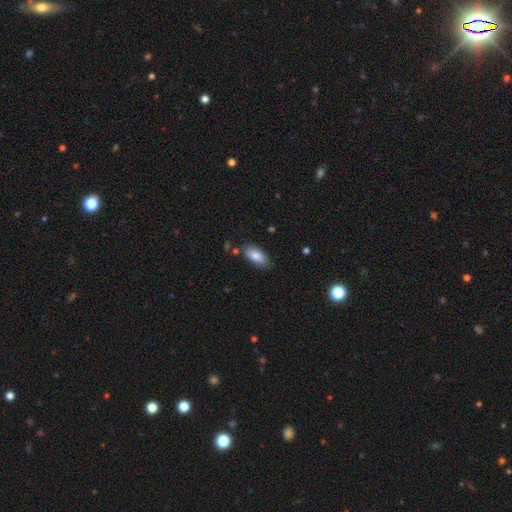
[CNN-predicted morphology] smooth-or-featured: smooth: 85% | featured or disk: 8% | star or artifact: 7%
  how-rounded: in between: 89% | cigar-shaped: 9% | round: 2%
  merging: none: 80% | minor disturbance: 14% | merger: 3% | major disturbance: 3%